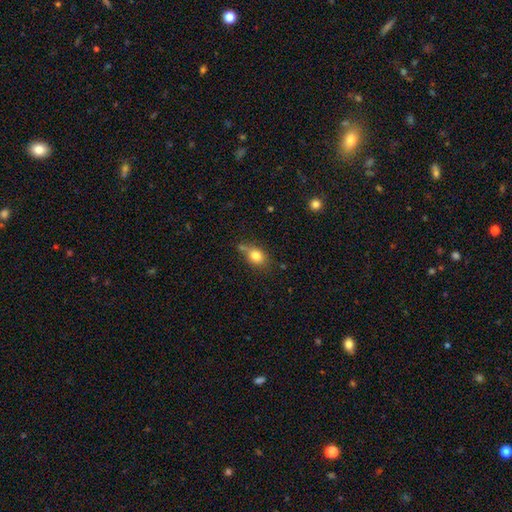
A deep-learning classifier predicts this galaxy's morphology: Overall: smooth (80%). How rounded: in between (53%; round 45%). Merging: none (56%; minor disturbance 24%).